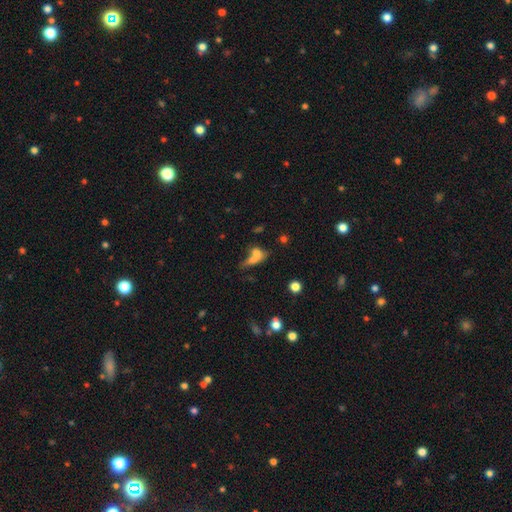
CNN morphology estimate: Smooth or featured? smooth (64%)
How rounded? in between (54%)
Merging? merger (46%)